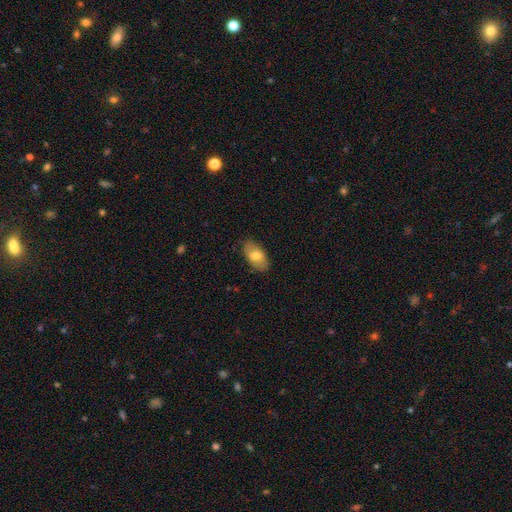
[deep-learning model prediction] Overall: smooth (71%). How rounded: in between (94%). Merging: none (83%).